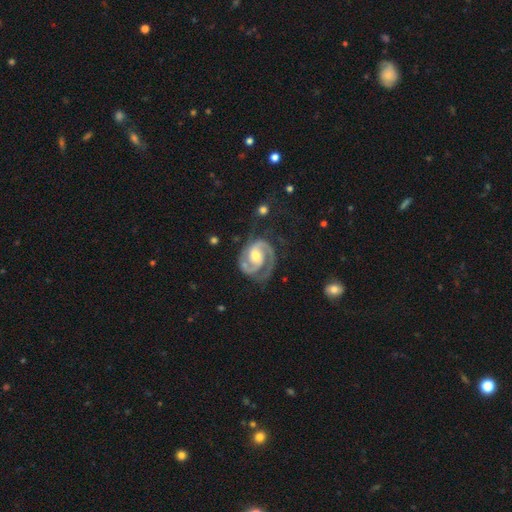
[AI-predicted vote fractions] Smooth or featured? featured or disk (91%)
Edge-on disk? no (98%)
Bar? weak (43%)
Spiral arms? yes (98%)
Spiral winding? medium (47%)
Spiral arm count? 2 (86%)
Bulge size? moderate (63%)
Merging? none (68%)